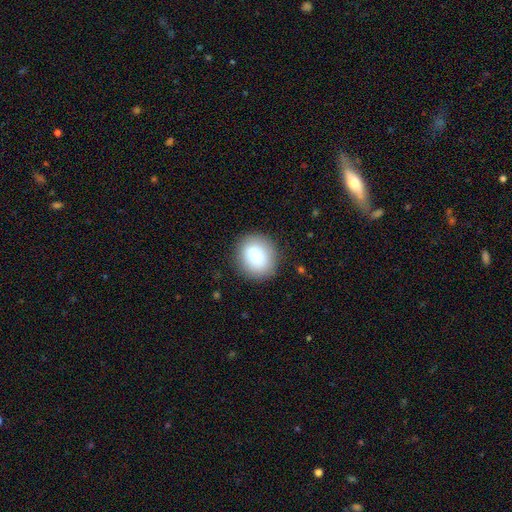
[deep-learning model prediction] Overall: smooth (82%). How rounded: round (70%). Merging: none (83%).